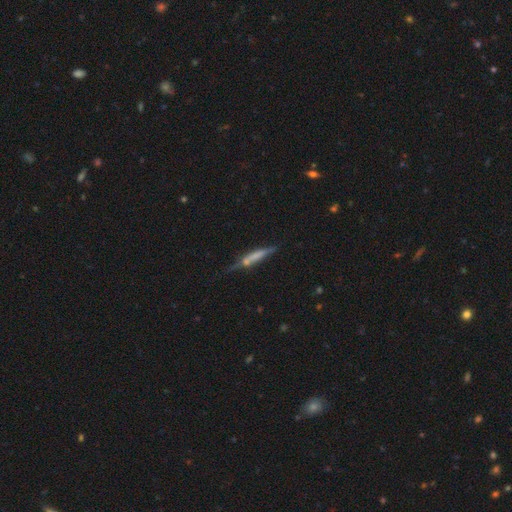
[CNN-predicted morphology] Smooth or featured? Predicted: featured or disk (p=0.48). Merging? Predicted: none (p=0.60).